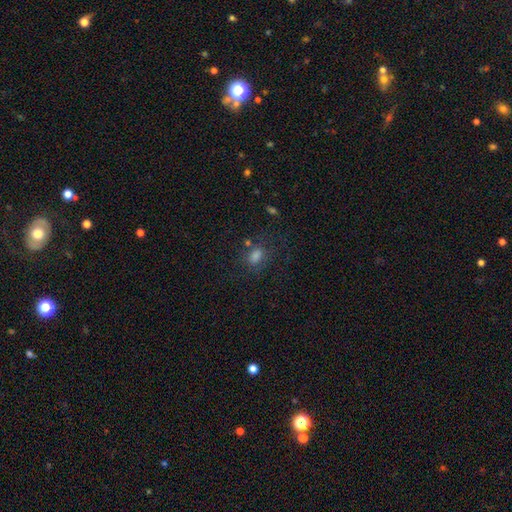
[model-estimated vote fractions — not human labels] Smooth or featured? Predicted: smooth (p=0.66). How rounded? Predicted: in between (p=0.62). Merging? Predicted: none (p=0.69).